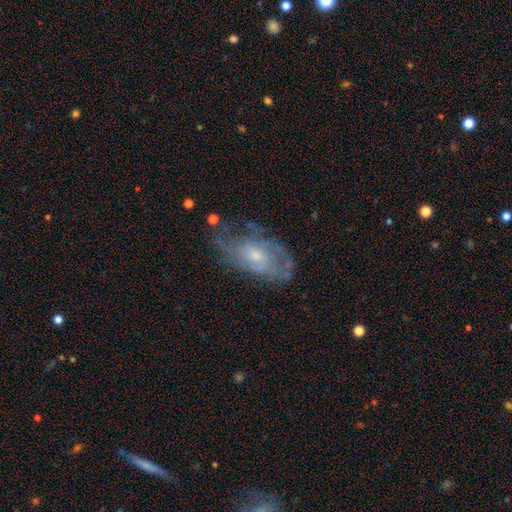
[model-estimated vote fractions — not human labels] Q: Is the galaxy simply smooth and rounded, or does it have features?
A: featured or disk — 70%.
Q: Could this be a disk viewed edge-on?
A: no — 94%.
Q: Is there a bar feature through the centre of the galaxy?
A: no — 71%.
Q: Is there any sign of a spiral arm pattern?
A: yes — 71%.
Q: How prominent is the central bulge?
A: small — 56%.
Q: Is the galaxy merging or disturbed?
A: none — 55%.